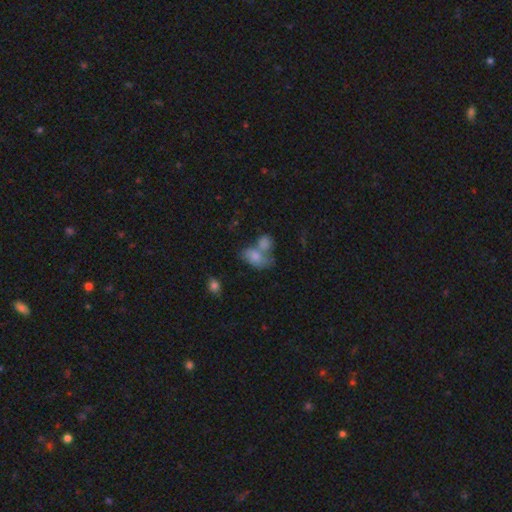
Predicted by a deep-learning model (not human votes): Q: Smooth or featured?
A: smooth (76%); runner-up: featured or disk (14%)
Q: How rounded?
A: in between (84%); runner-up: round (14%)
Q: Merging?
A: merger (54%); runner-up: none (26%)